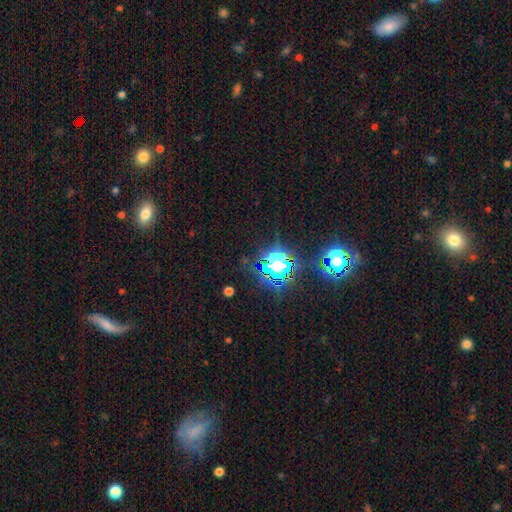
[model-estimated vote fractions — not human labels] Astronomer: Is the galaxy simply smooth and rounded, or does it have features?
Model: star or artifact — 77%.